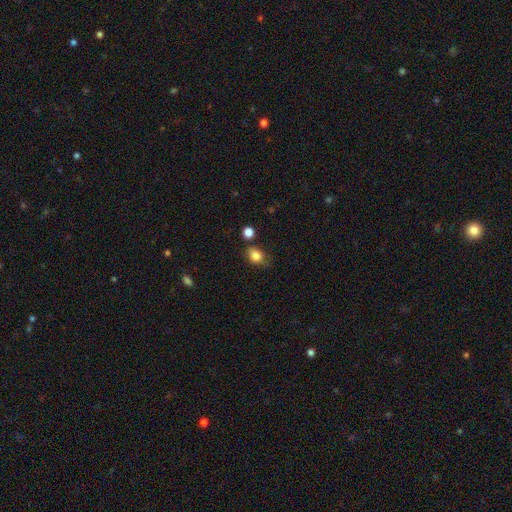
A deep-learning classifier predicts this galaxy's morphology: This is clearly a smooth galaxy (84%). How rounded: possibly in between (58%). Merging: likely none (64%).